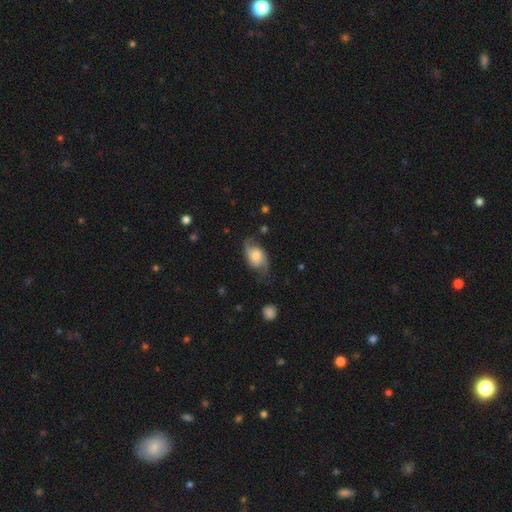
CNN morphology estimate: This is likely a featured or disk galaxy (61%). It is clearly not viewed edge-on (95%). Bar: likely no (68%). Spiral arm pattern: clearly yes (90%). Spiral arm count: clearly 2 (88%). Spiral winding: possibly loose (53%). Central bulge: possibly moderate (47%). Merging: likely none (66%).